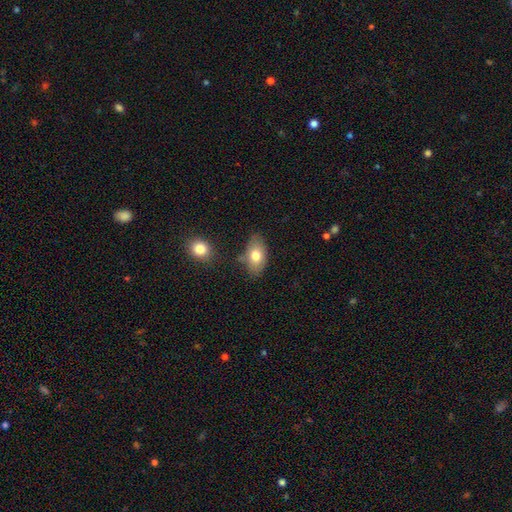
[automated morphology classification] Overall: smooth (76%). How rounded: in between (89%). Merging: none (73%).